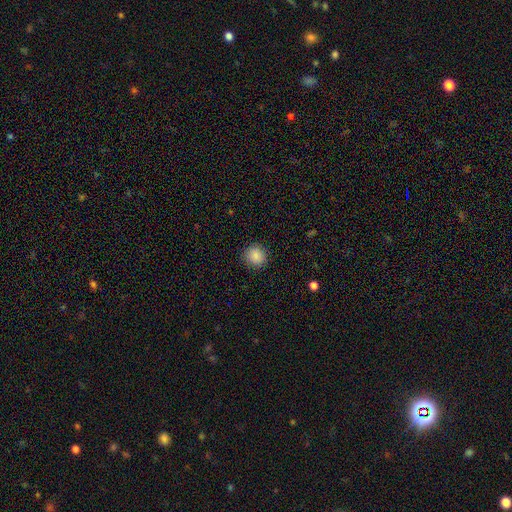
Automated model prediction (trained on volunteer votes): Smooth or featured? Predicted: smooth (p=0.87). How rounded? Predicted: round (p=0.91). Merging? Predicted: none (p=0.90).